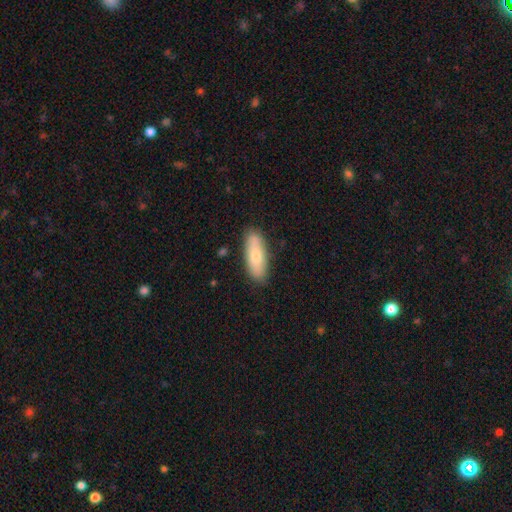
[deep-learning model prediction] Smooth or featured: smooth — 73% (featured or disk — 21%)
How rounded: in between — 68% (cigar-shaped — 30%)
Merging: none — 85% (minor disturbance — 12%)